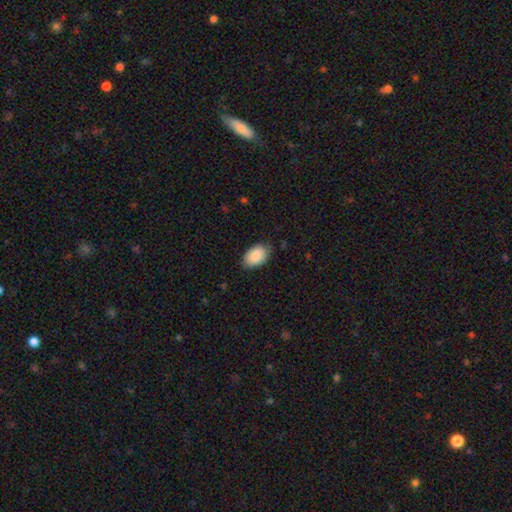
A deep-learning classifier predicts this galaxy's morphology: A smooth galaxy with no disk features (89%) that is in between round and cigar-shaped (91%).

Vote fractions:
- Smooth or featured? smooth: 89% / star or artifact: 6% / featured or disk: 5%
- How rounded? in between: 91% / round: 8% / cigar-shaped: 1%
- Merging? none: 78% / minor disturbance: 19% / major disturbance: 3% / merger: 1%